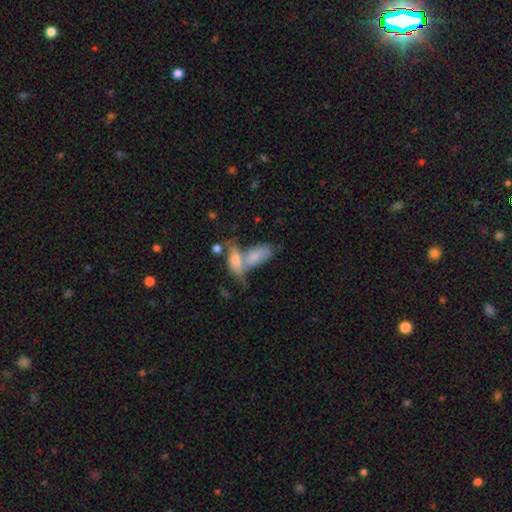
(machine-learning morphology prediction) Smooth or featured? smooth (73%)
How rounded? in between (85%)
Merging? merger (64%)